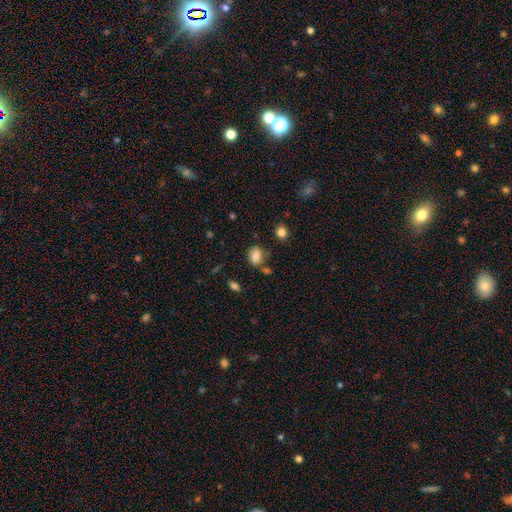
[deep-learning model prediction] The model was most divided on "how rounded": in between: 62%, round: 37%, cigar-shaped: 1%. More confident: smooth or featured — smooth (80%); merging — none (69%).